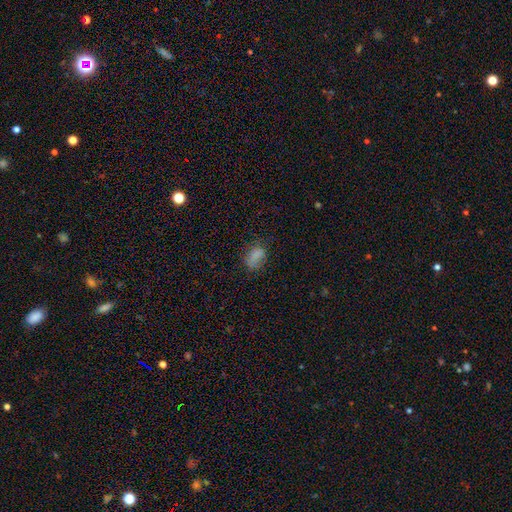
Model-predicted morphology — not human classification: Smooth or featured? Predicted: smooth (p=0.76). How rounded? Predicted: in between (p=0.81). Merging? Predicted: none (p=0.55).